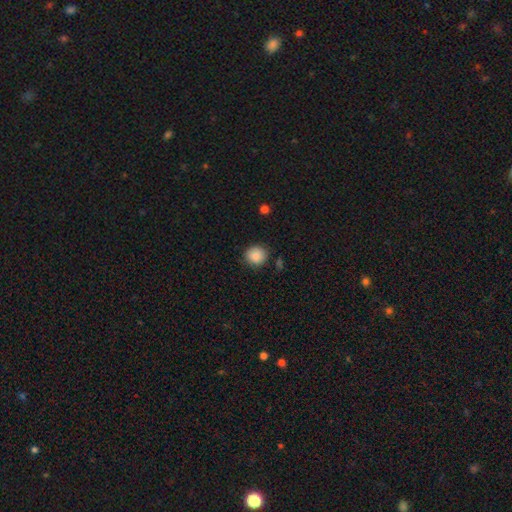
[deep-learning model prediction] Overall: smooth (87%). How rounded: round (89%). Merging: none (86%).